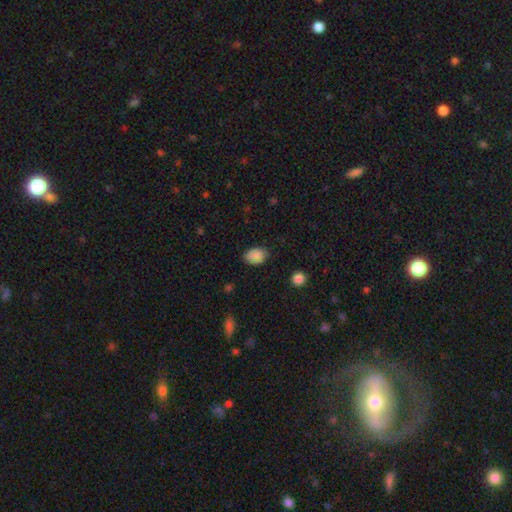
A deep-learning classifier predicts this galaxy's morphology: smooth 88%, star or artifact 8%, featured or disk 4%. Down the decision tree: how rounded — in between (74%); merging — none (77%).